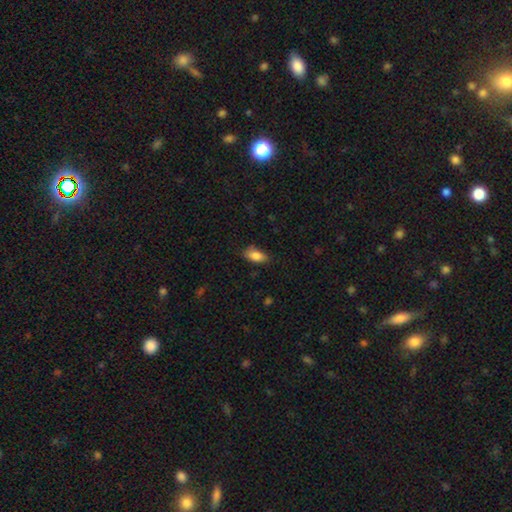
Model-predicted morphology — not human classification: Overall: smooth (85%). How rounded: in between (89%). Merging: none (73%).